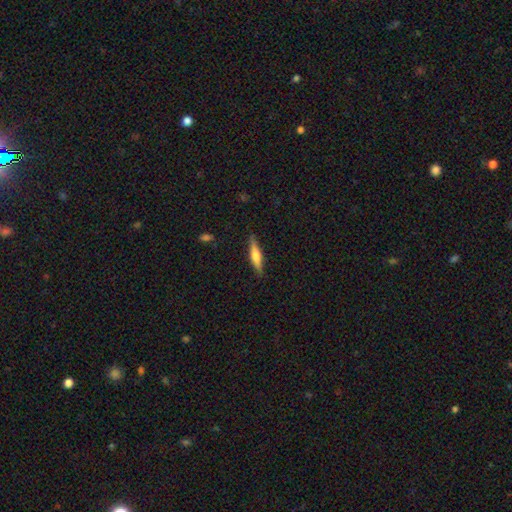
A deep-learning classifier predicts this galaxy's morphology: smooth_or_featured: featured or disk (p=0.53) [alt: smooth p=0.41]
disk_edge_on: yes (p=0.95) [alt: no p=0.05]
edge_on_bulge: rounded (p=0.86) [alt: boxy p=0.08]
merging: none (p=0.88) [alt: minor disturbance p=0.09]